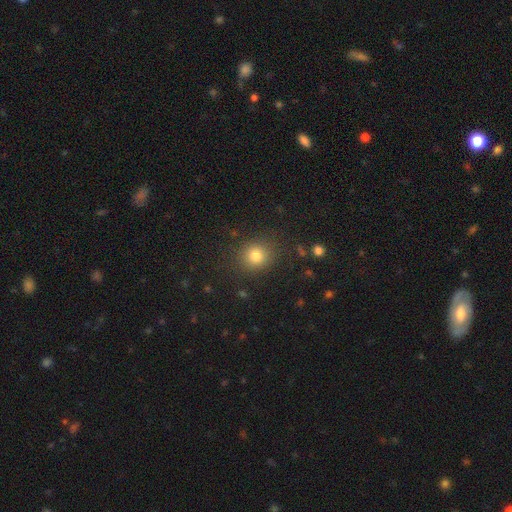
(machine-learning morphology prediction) smooth-or-featured: smooth: 80% | star or artifact: 13% | featured or disk: 6%
  how-rounded: round: 82% | in between: 17% | cigar-shaped: 1%
  merging: none: 85% | minor disturbance: 9% | major disturbance: 4% | merger: 2%